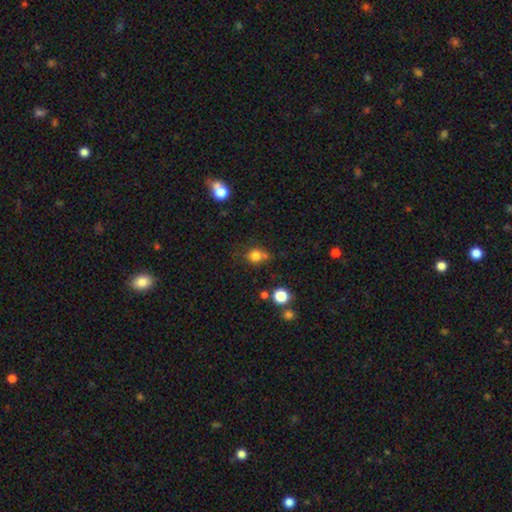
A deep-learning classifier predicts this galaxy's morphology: Smooth or featured: smooth — 78% (star or artifact — 14%)
How rounded: round — 80% (in between — 19%)
Merging: none — 56% (merger — 19%)